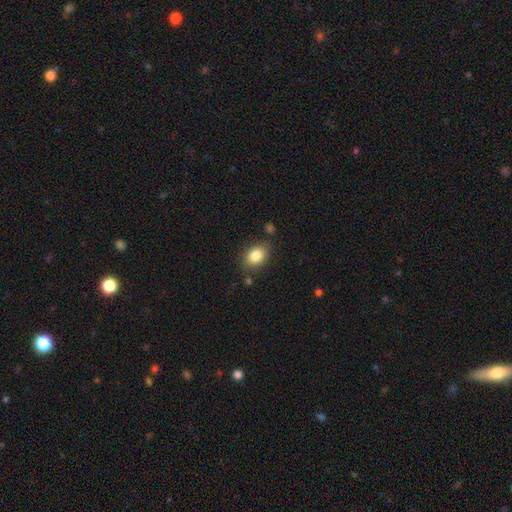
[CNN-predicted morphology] Smooth or featured? smooth (83%)
How rounded? in between (76%)
Merging? none (76%)